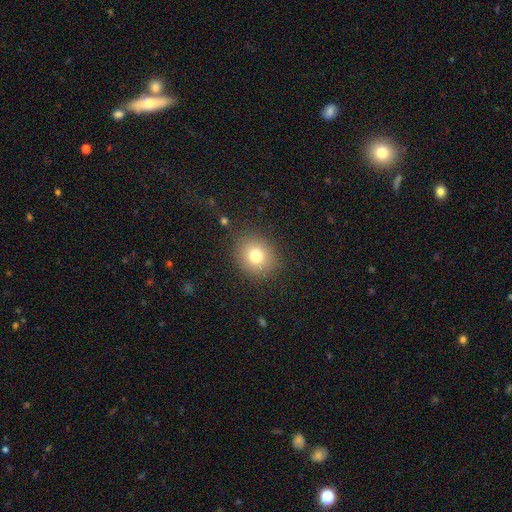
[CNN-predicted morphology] This is likely a smooth galaxy (77%). How rounded: likely round (78%). Merging: clearly none (85%).